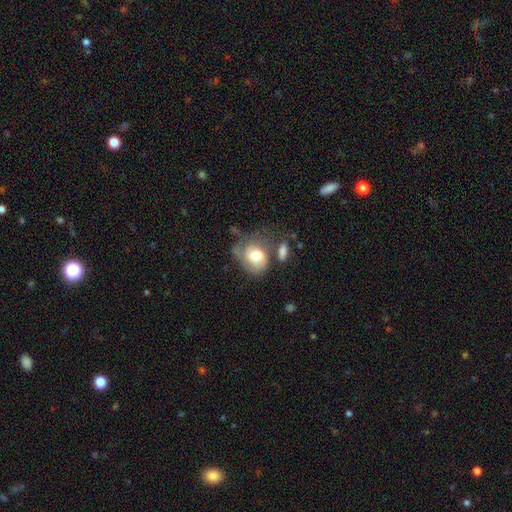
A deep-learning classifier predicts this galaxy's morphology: This is possibly a smooth galaxy (55%). How rounded: possibly in between (50%). Merging: marginally none (31%).